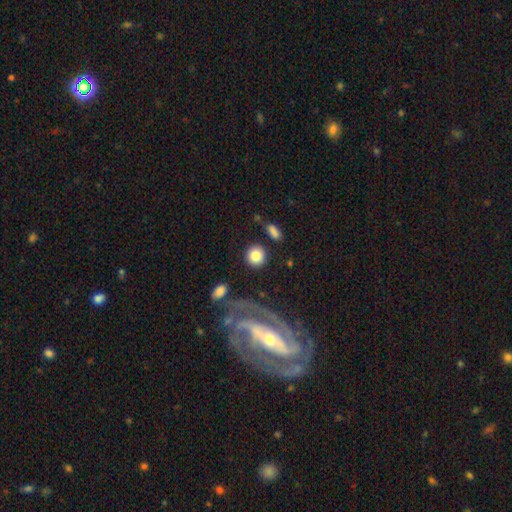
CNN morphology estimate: Smooth or featured? Predicted: smooth (p=0.82). How rounded? Predicted: round (p=0.88). Merging? Predicted: none (p=0.83).